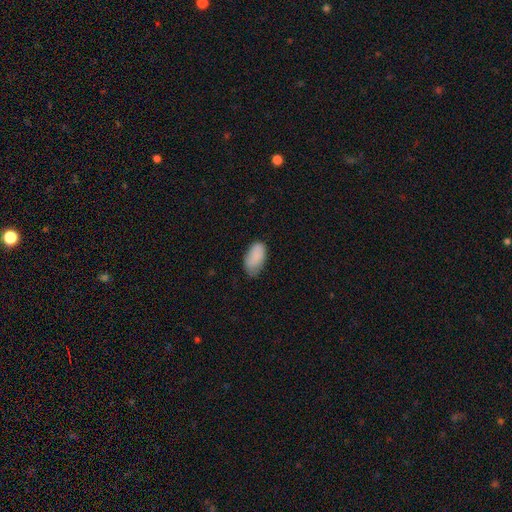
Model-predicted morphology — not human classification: Smooth or featured?
  - smooth: 87% *
  - star or artifact: 7%
  - featured or disk: 6%
How rounded?
  - in between: 95% *
  - round: 3%
  - cigar-shaped: 2%
Merging?
  - none: 59% *
  - minor disturbance: 32%
  - major disturbance: 7%
  - merger: 1%